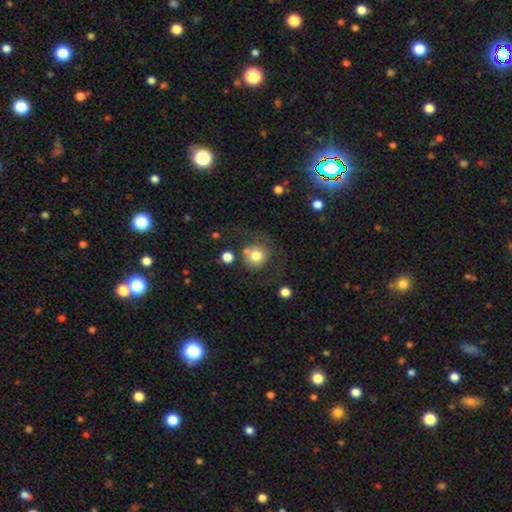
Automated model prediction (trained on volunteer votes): smooth-or-featured: smooth: 72% | featured or disk: 19% | star or artifact: 9%
  how-rounded: round: 89% | in between: 10% | cigar-shaped: 1%
  merging: none: 47% | major disturbance: 21% | minor disturbance: 17% | merger: 15%